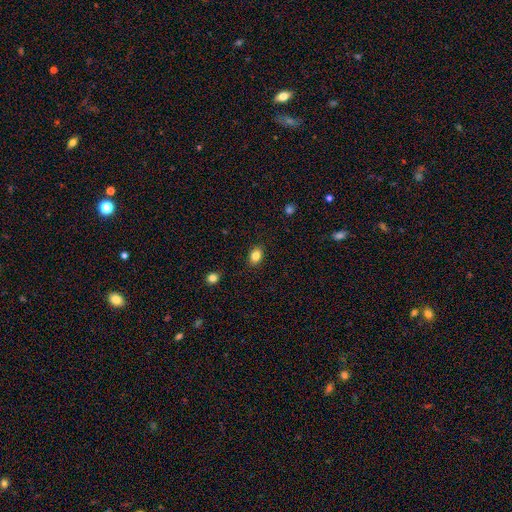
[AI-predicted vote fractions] Smooth or featured?
  - smooth: 84% *
  - star or artifact: 10%
  - featured or disk: 6%
How rounded?
  - in between: 76% *
  - round: 23%
  - cigar-shaped: 1%
Merging?
  - none: 87% *
  - minor disturbance: 9%
  - major disturbance: 2%
  - merger: 1%